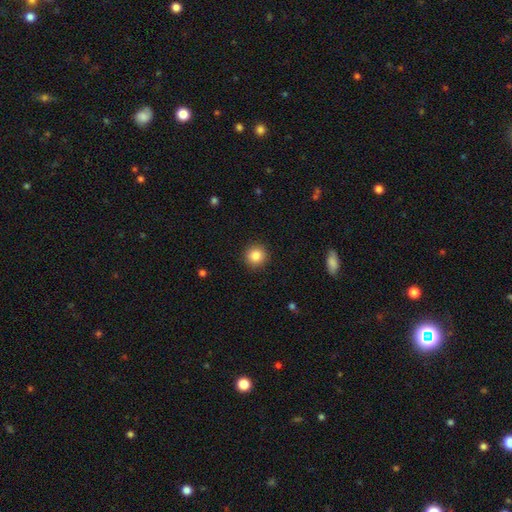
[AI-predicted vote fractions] Smooth or featured? Predicted: smooth (p=0.85). How rounded? Predicted: round (p=0.94). Merging? Predicted: none (p=0.92).